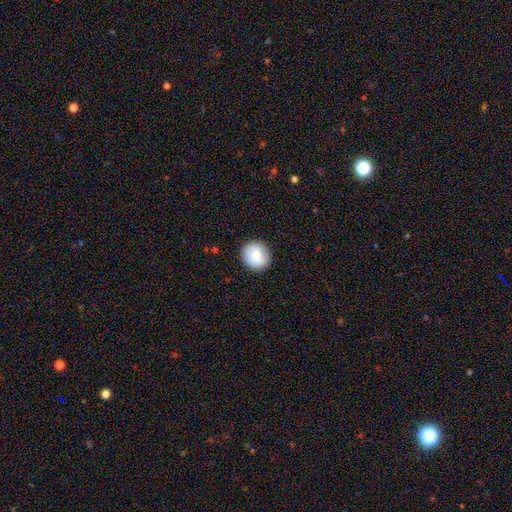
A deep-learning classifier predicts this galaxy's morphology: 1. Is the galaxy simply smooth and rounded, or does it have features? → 77% smooth, 16% featured or disk, 7% star or artifact.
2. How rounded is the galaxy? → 87% round, 12% in between, 1% cigar-shaped.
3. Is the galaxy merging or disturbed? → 88% none, 8% minor disturbance, 2% major disturbance, 1% merger.